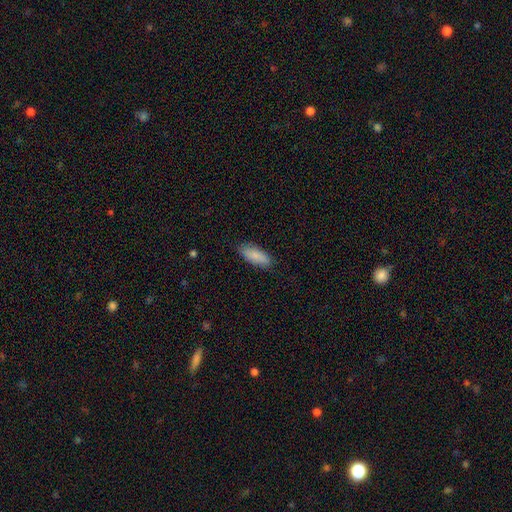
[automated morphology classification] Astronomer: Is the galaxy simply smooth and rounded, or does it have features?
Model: smooth — 85%.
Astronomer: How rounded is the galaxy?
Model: in between — 69%.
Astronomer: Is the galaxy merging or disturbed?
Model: none — 85%.